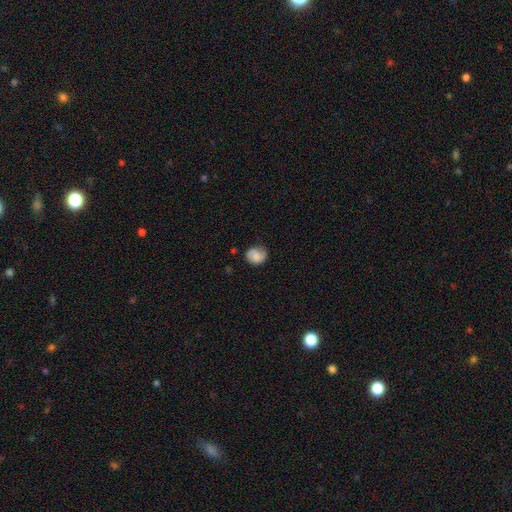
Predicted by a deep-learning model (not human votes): smooth-or-featured: smooth: 66% | featured or disk: 25% | star or artifact: 8%
  how-rounded: round: 67% | in between: 32% | cigar-shaped: 1%
  merging: none: 63% | minor disturbance: 27% | major disturbance: 8% | merger: 2%